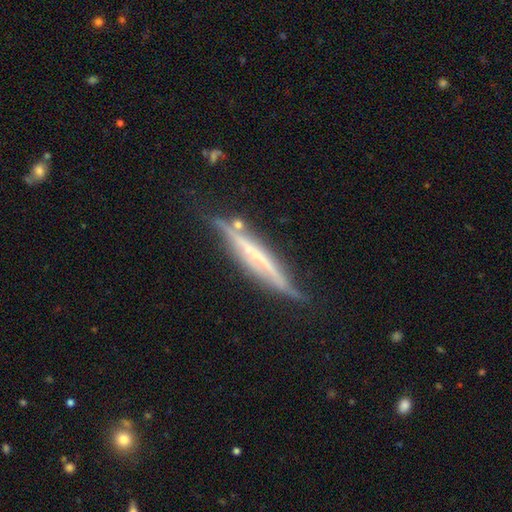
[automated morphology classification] A featured or disk galaxy (73%) viewed edge-on (91%) with no central bulge (62%).

Vote fractions:
- Smooth or featured? featured or disk: 73% / smooth: 21% / star or artifact: 7%
- Edge-on disk? yes: 91% / no: 9%
- Edge-on bulge? none: 62% / rounded: 21% / boxy: 17%
- Merging? none: 65% / minor disturbance: 24% / major disturbance: 7% / merger: 4%